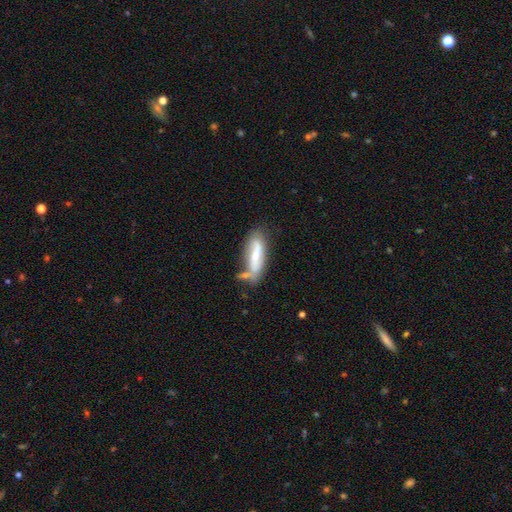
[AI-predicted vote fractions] smooth-or-featured: smooth: 47% | featured or disk: 46% | star or artifact: 6%
  merging: none: 47% | minor disturbance: 27% | merger: 16% | major disturbance: 10%